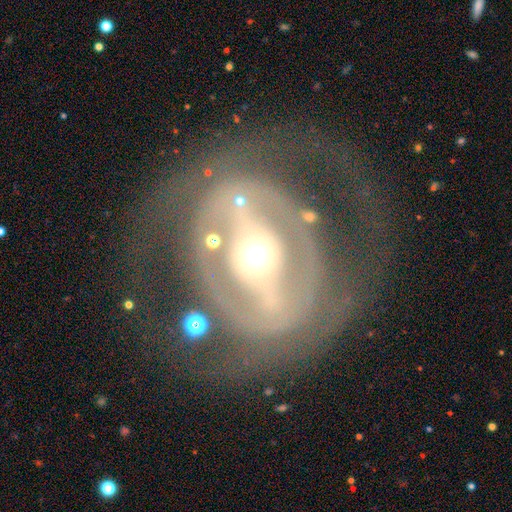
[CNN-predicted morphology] Smooth or featured? Predicted: featured or disk (p=0.80). Edge-on disk? Predicted: no (p=0.93). Bar? Predicted: strong (p=0.59). Spiral arms? Predicted: no (p=0.57). Bulge size? Predicted: moderate (p=0.60). Merging? Predicted: none (p=0.61).